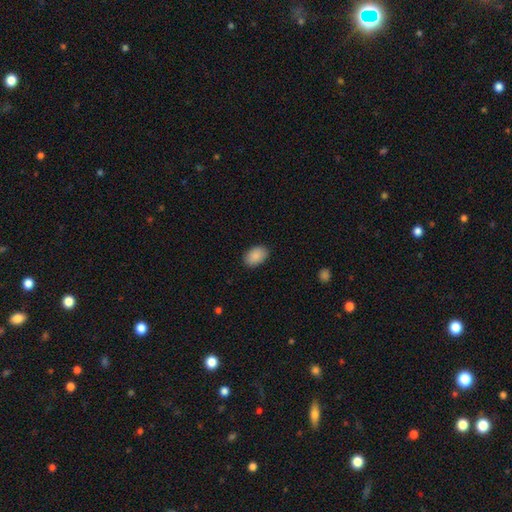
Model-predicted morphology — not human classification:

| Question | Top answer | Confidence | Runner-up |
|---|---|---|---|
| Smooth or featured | smooth | 90% | star or artifact (7%) |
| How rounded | in between | 89% | round (9%) |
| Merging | none | 88% | minor disturbance (9%) |